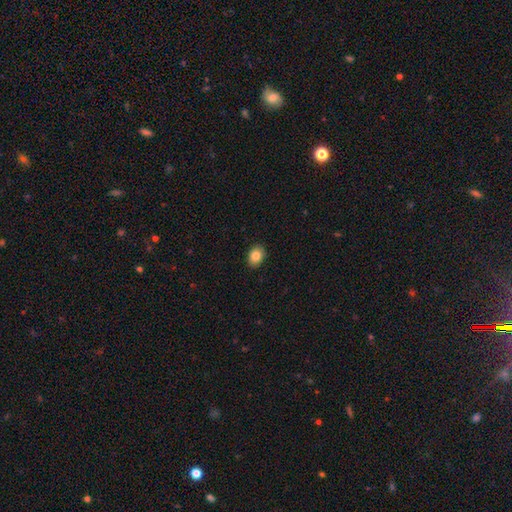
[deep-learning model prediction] This is clearly a smooth galaxy (85%). How rounded: likely in between (69%). Merging: clearly none (88%).